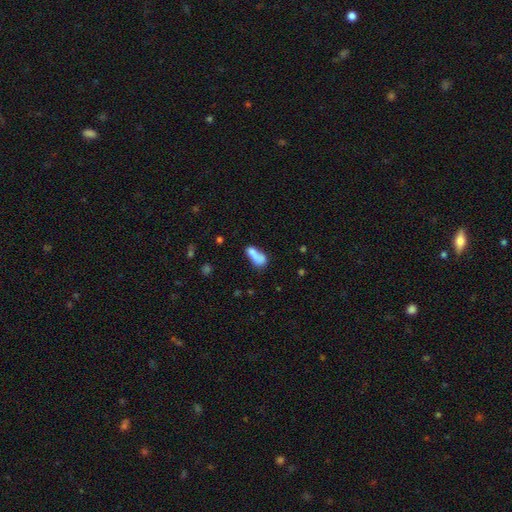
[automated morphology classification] A smooth galaxy with no disk features (72%) that is in between round and cigar-shaped (74%). Merging: merger (51%).